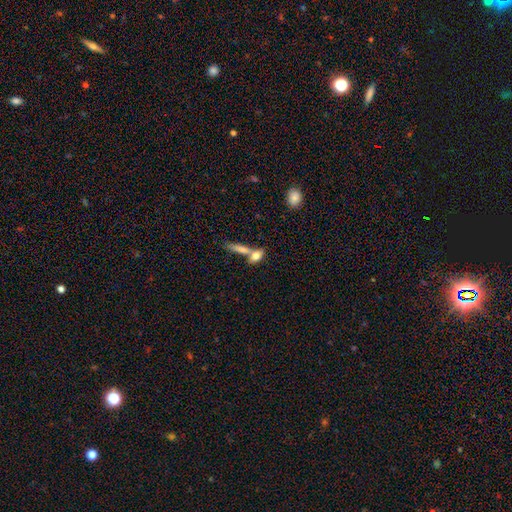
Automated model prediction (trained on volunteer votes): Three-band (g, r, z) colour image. It shows a smooth galaxy with no disk features (73%) that is in between round and cigar-shaped (62%). Merging: merger (45%).